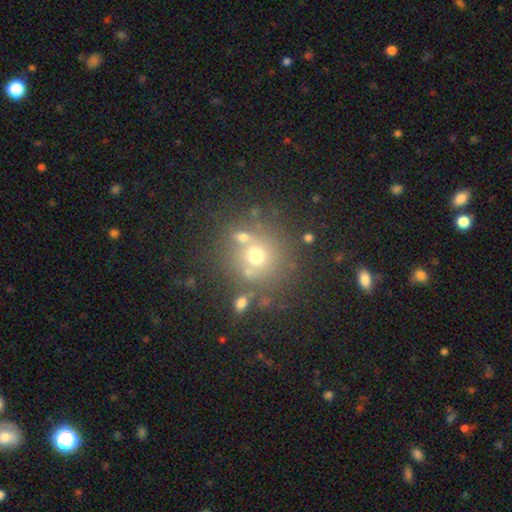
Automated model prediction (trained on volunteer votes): A smooth galaxy with no disk features (63%) that is round (89%).

Vote fractions:
- Smooth or featured? smooth: 63% / star or artifact: 20% / featured or disk: 16%
- How rounded? round: 89% / in between: 10% / cigar-shaped: 1%
- Merging? none: 66% / merger: 18% / minor disturbance: 10% / major disturbance: 5%